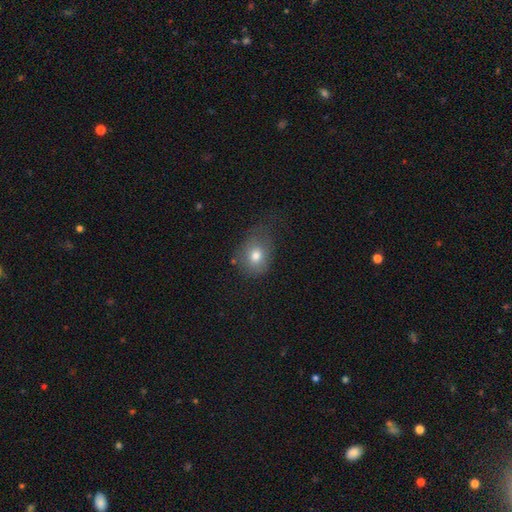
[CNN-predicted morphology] Smooth or featured? smooth (77%)
How rounded? round (55%)
Merging? none (51%)